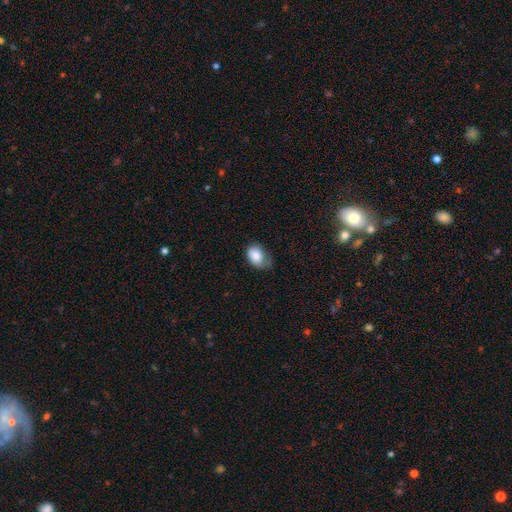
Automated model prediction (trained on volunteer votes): smooth-or-featured: smooth: 83% | featured or disk: 10% | star or artifact: 8%
  how-rounded: in between: 80% | round: 19% | cigar-shaped: 1%
  merging: minor disturbance: 41% | none: 38% | major disturbance: 19% | merger: 2%